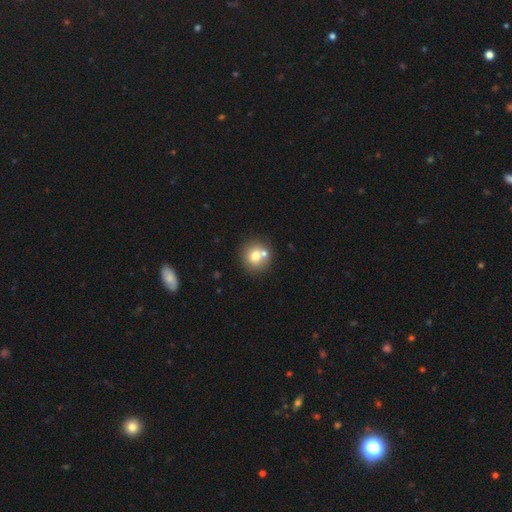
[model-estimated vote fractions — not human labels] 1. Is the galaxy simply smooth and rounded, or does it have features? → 72% smooth, 17% featured or disk, 11% star or artifact.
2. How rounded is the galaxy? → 91% round, 8% in between, 1% cigar-shaped.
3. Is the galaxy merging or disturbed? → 65% none, 24% merger, 8% minor disturbance, 3% major disturbance.